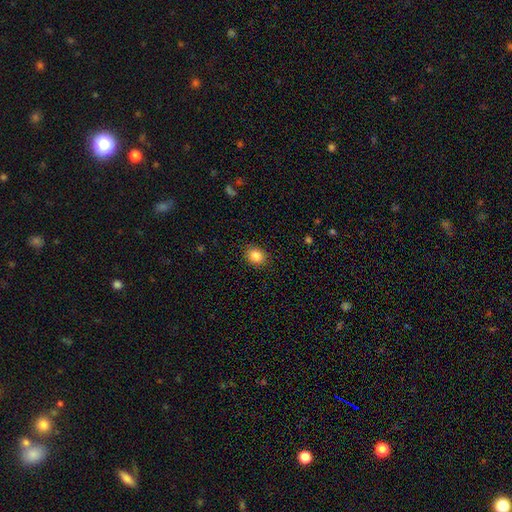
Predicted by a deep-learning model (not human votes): smooth_or_featured: smooth (p=0.85) [alt: star or artifact p=0.10]
how_rounded: round (p=0.54) [alt: in between p=0.45]
merging: none (p=0.88) [alt: minor disturbance p=0.08]